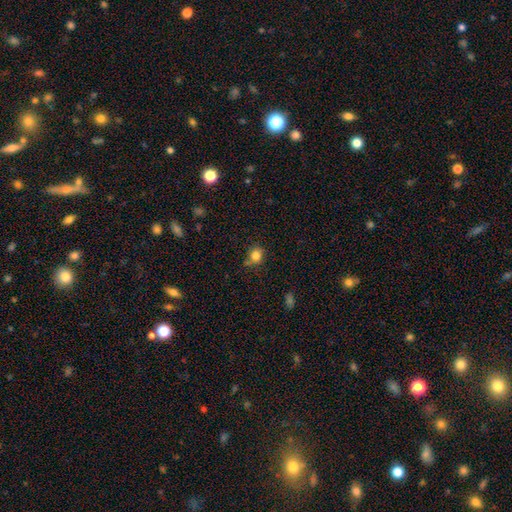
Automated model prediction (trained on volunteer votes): This appears to be a smooth galaxy with no disk features (82%) that is round (80%). Merging: none (69%).